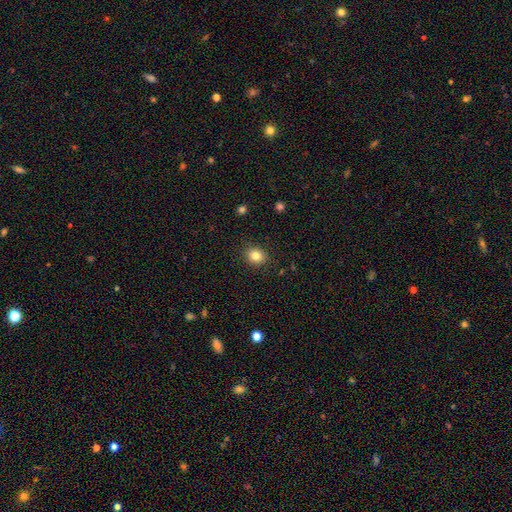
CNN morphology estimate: Smooth or featured: smooth — 83% (star or artifact — 11%)
How rounded: round — 67% (in between — 32%)
Merging: none — 87% (minor disturbance — 9%)